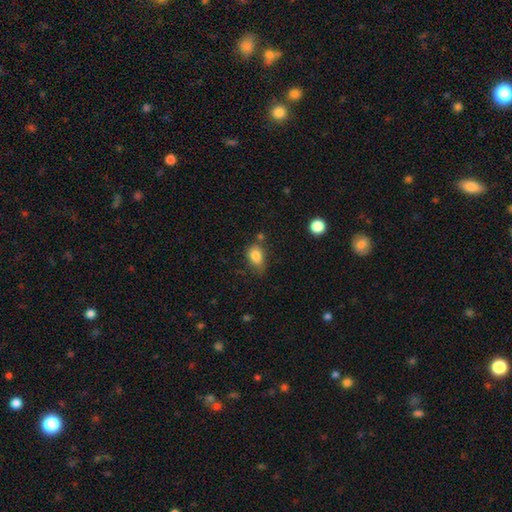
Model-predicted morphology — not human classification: Smooth or featured? Predicted: smooth (p=0.83). How rounded? Predicted: in between (p=0.75). Merging? Predicted: none (p=0.57).